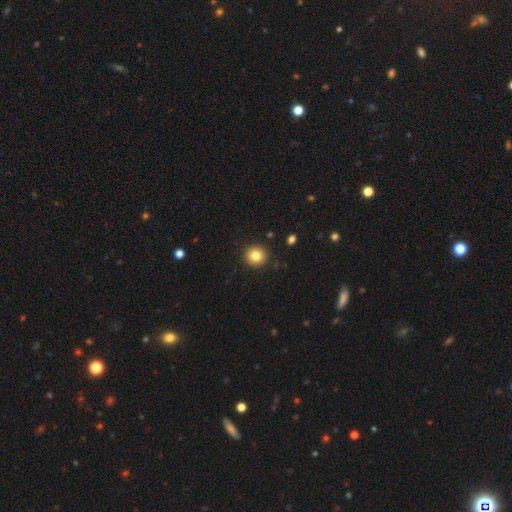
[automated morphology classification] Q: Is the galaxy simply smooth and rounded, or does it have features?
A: smooth — 83%.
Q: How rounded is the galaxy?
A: round — 92%.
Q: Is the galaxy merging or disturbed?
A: none — 92%.